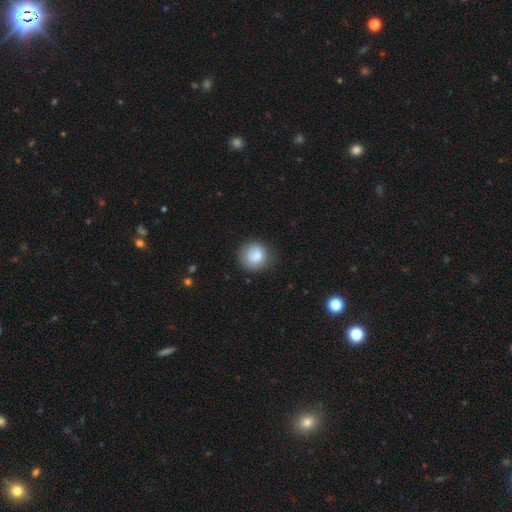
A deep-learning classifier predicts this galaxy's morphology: Smooth or featured? Predicted: smooth (p=0.80). How rounded? Predicted: round (p=0.86). Merging? Predicted: none (p=0.76).